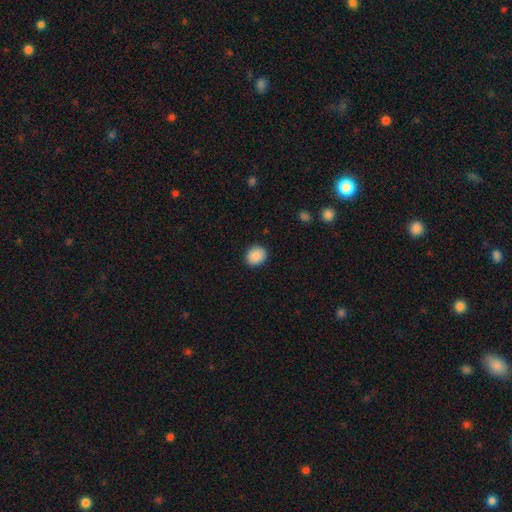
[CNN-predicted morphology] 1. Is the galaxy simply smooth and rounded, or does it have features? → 89% smooth, 8% star or artifact, 2% featured or disk.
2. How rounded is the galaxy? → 58% round, 41% in between, 1% cigar-shaped.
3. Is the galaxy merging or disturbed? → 90% none, 7% minor disturbance, 2% major disturbance, 1% merger.